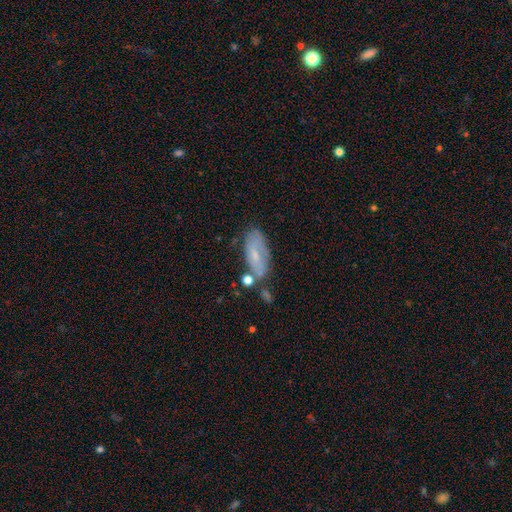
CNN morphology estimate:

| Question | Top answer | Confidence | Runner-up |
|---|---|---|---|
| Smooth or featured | smooth | 48% | featured or disk (43%) |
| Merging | none | 56% | minor disturbance (24%) |